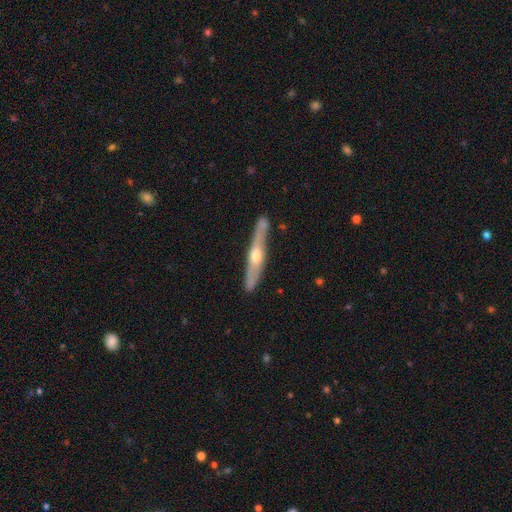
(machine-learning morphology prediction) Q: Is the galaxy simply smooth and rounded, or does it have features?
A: featured or disk — 69%.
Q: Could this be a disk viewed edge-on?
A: yes — 91%.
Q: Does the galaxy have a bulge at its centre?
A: rounded — 90%.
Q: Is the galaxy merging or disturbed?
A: none — 82%.